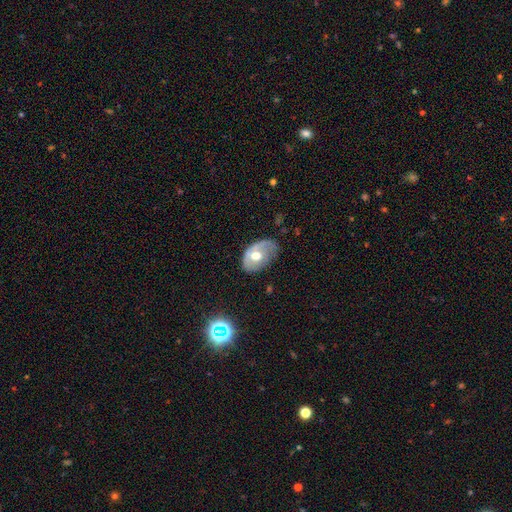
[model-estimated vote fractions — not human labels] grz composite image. It shows a featured or disk galaxy (51%). Merging: none (43%).